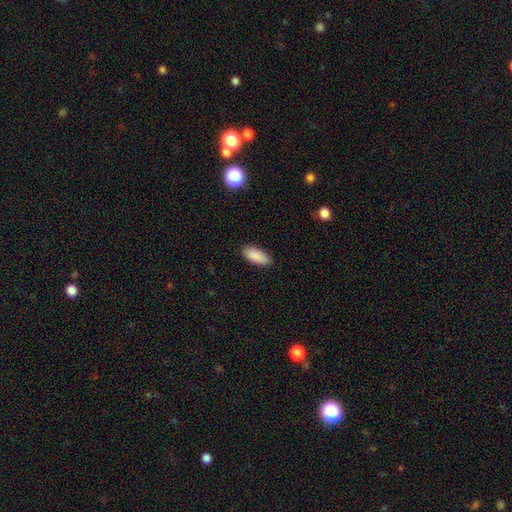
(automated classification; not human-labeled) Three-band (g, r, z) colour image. It shows a smooth galaxy with no disk features (89%) that is in between round and cigar-shaped (84%). Merging: none (82%).